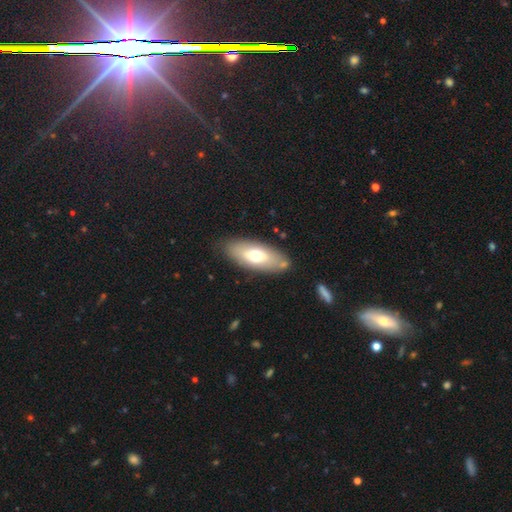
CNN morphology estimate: Smooth or featured?
  - smooth: 62% *
  - featured or disk: 32%
  - star or artifact: 7%
How rounded?
  - in between: 81% *
  - cigar-shaped: 17%
  - round: 3%
Merging?
  - none: 80% *
  - minor disturbance: 13%
  - merger: 4%
  - major disturbance: 3%